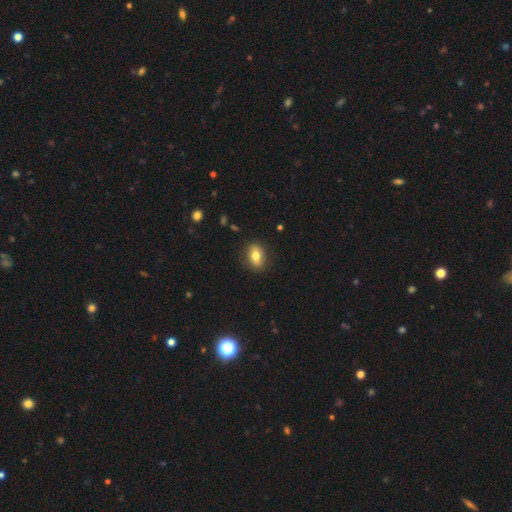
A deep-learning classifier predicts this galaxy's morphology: Smooth or featured: smooth — 75% (featured or disk — 17%)
How rounded: in between — 79% (round — 17%)
Merging: none — 85% (minor disturbance — 11%)